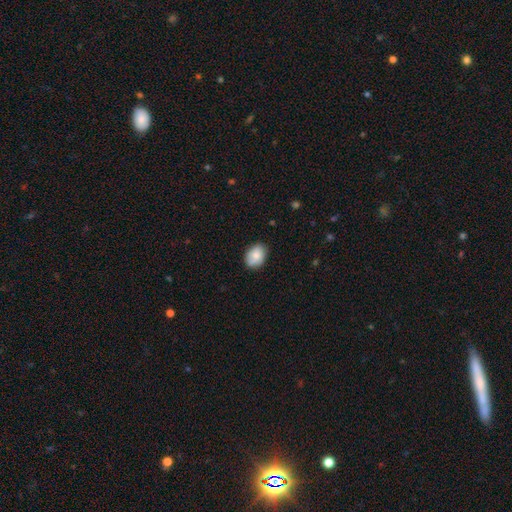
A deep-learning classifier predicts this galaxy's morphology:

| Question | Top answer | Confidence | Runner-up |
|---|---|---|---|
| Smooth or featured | smooth | 81% | featured or disk (11%) |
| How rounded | in between | 66% | round (33%) |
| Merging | none | 77% | minor disturbance (19%) |